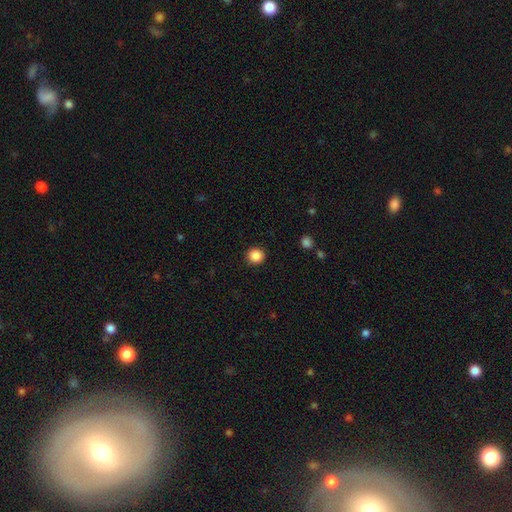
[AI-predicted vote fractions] Q: Smooth or featured?
A: smooth (87%); runner-up: star or artifact (10%)
Q: How rounded?
A: round (93%); runner-up: in between (6%)
Q: Merging?
A: none (92%); runner-up: minor disturbance (5%)